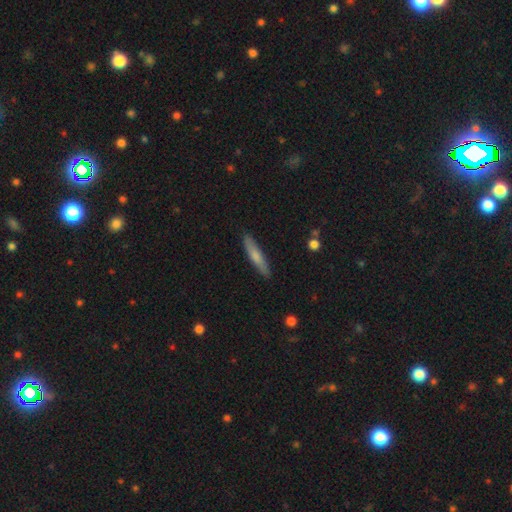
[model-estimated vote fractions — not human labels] Morphology: type=smooth (67%); roundness=cigar-shaped (89%); merging=none (88%).